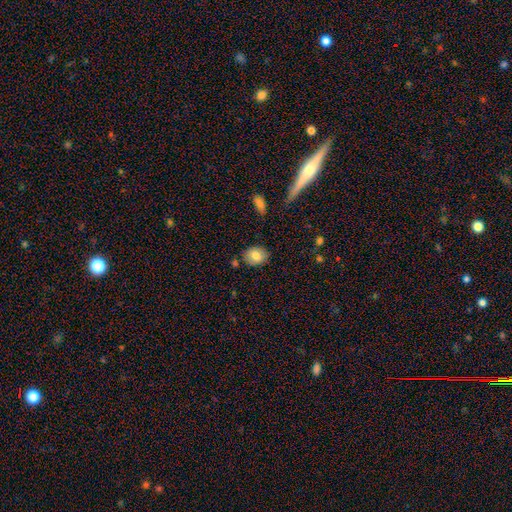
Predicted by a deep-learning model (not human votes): A smooth galaxy with no disk features (79%) that is in between round and cigar-shaped (54%).

Vote fractions:
- Smooth or featured? smooth: 79% / featured or disk: 13% / star or artifact: 8%
- How rounded? in between: 54% / round: 44% / cigar-shaped: 1%
- Merging? none: 82% / minor disturbance: 12% / merger: 3% / major disturbance: 2%